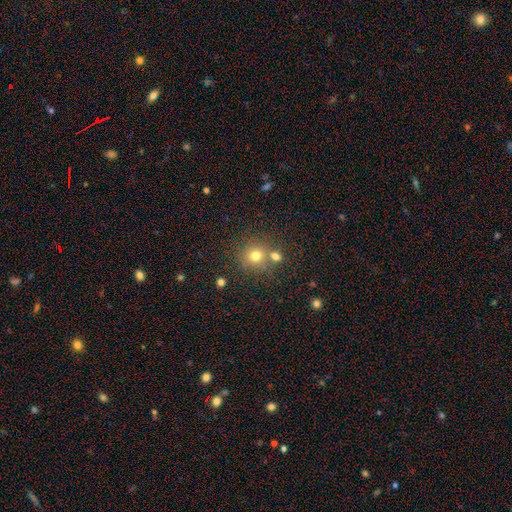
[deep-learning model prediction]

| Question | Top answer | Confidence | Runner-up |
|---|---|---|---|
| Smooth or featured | smooth | 73% | star or artifact (16%) |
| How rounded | round | 89% | in between (10%) |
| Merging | none | 64% | merger (25%) |